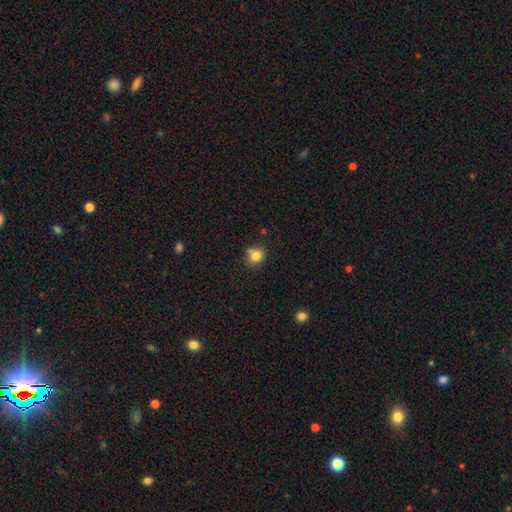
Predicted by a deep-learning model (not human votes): This appears to be a smooth galaxy with no disk features (81%) that is round (77%). Merging: none (67%).